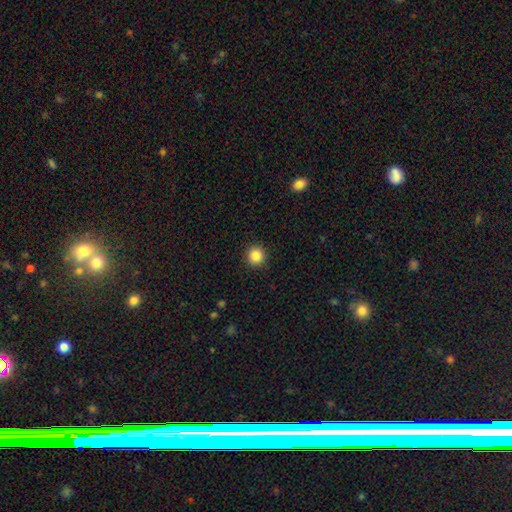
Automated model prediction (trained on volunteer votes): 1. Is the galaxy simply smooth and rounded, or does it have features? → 86% smooth, 10% star or artifact, 4% featured or disk.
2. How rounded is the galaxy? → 93% round, 6% in between, 1% cigar-shaped.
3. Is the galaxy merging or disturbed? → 92% none, 5% minor disturbance, 2% major disturbance, 1% merger.